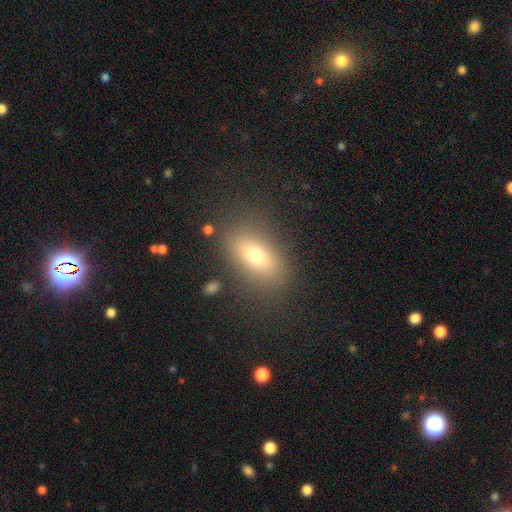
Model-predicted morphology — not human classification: smooth_or_featured: smooth (p=0.67) [alt: featured or disk p=0.19]
how_rounded: in between (p=0.81) [alt: round p=0.09]
merging: none (p=0.80) [alt: minor disturbance p=0.12]